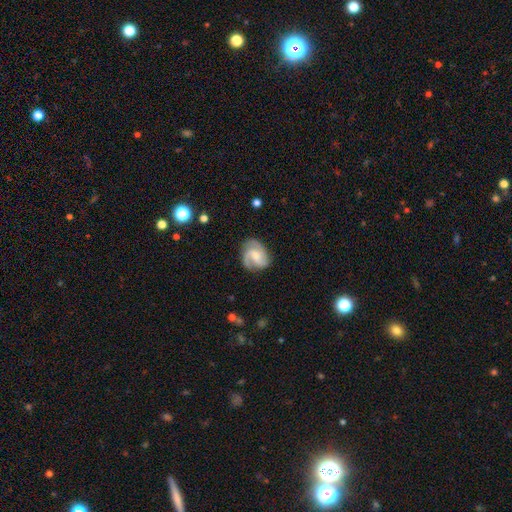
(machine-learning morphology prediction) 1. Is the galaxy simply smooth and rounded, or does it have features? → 75% featured or disk, 19% smooth, 6% star or artifact.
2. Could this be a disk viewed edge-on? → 98% no, 2% yes.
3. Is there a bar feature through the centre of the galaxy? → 52% no, 39% weak, 9% strong.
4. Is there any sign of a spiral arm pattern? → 95% yes, 5% no.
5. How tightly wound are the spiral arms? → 49% medium, 29% tight, 22% loose.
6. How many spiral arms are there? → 46% 3, 31% 2, 10% can't tell, 6% 1, 4% 4, 3% more than 4.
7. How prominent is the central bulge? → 37% small (tied), 37% moderate (tied), 18% none, 7% large, 2% dominant.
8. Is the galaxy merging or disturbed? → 66% none, 21% minor disturbance, 11% major disturbance, 2% merger.